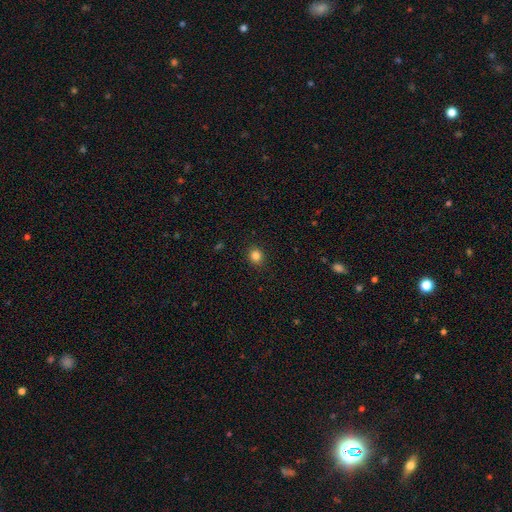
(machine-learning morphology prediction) Smooth or featured? smooth (84%)
How rounded? round (76%)
Merging? none (90%)